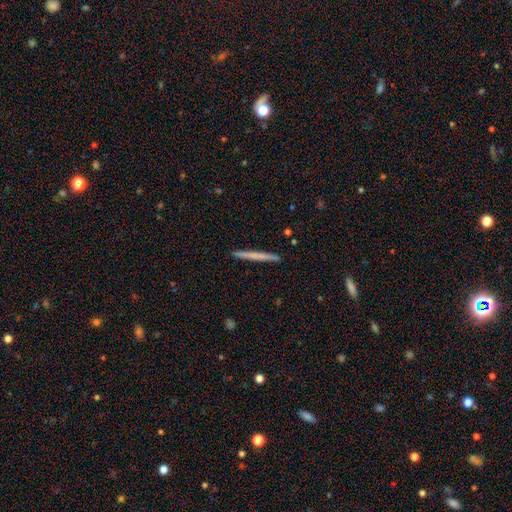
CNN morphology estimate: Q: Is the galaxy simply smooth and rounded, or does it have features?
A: smooth — 57%.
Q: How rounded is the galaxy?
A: cigar-shaped — 97%.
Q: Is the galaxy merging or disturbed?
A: none — 92%.